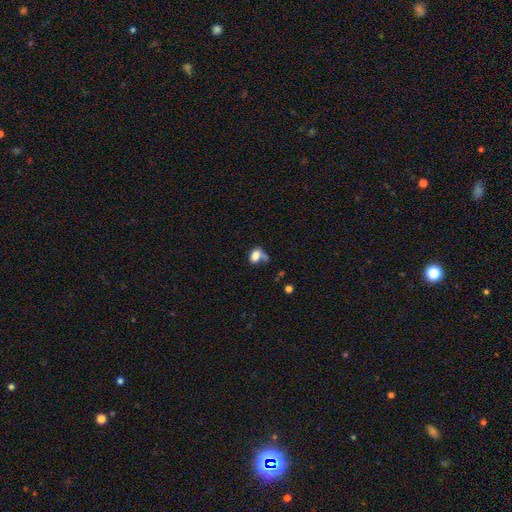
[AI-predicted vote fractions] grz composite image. It shows a smooth galaxy with no disk features (75%) that is in between round and cigar-shaped (74%). Merging: none (30%).